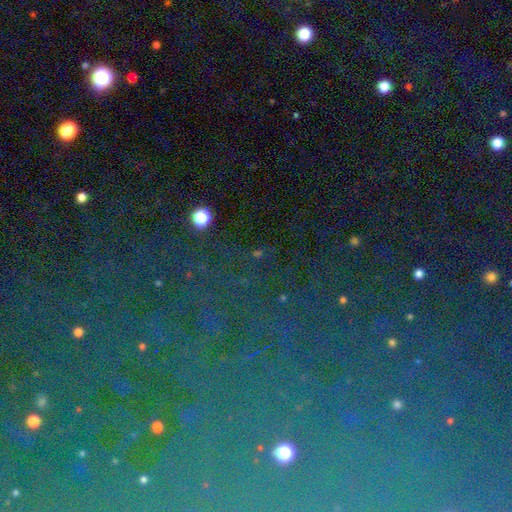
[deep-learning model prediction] A star or artifact, not a galaxy (71%).

Vote fractions:
- Smooth or featured? star or artifact: 71% / smooth: 17% / featured or disk: 12%